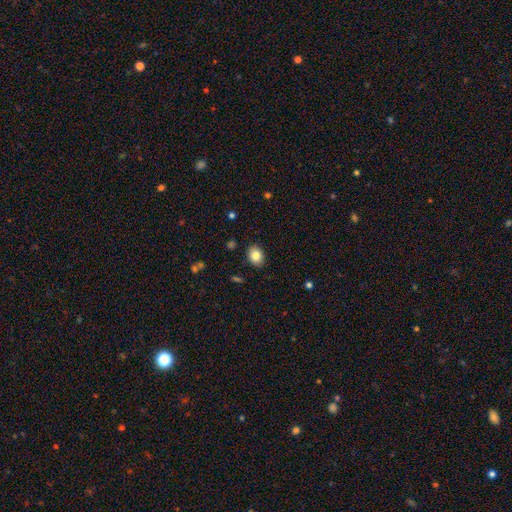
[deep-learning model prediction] The model was most divided on "how rounded": in between: 61%, round: 38%, cigar-shaped: 1%. More confident: merging — none (88%); smooth or featured — smooth (84%).